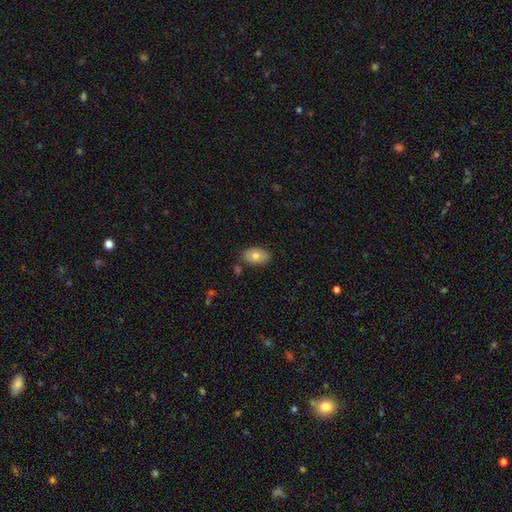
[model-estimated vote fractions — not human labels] Smooth or featured? Predicted: smooth (p=0.73). How rounded? Predicted: in between (p=0.90). Merging? Predicted: none (p=0.80).